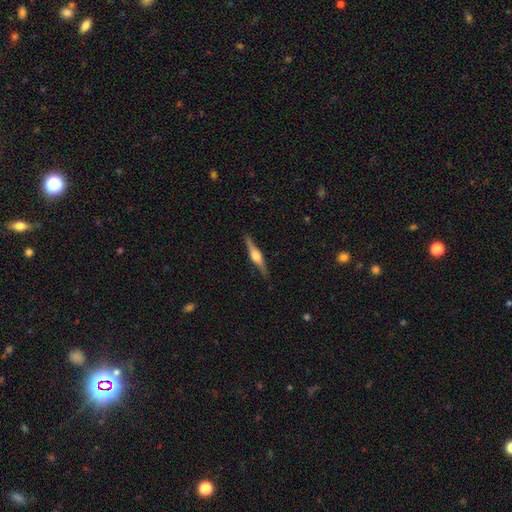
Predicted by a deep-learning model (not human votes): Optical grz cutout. It shows a featured or disk galaxy (74%) viewed edge-on (98%) with a rounded central bulge (86%). Merging: none (88%).